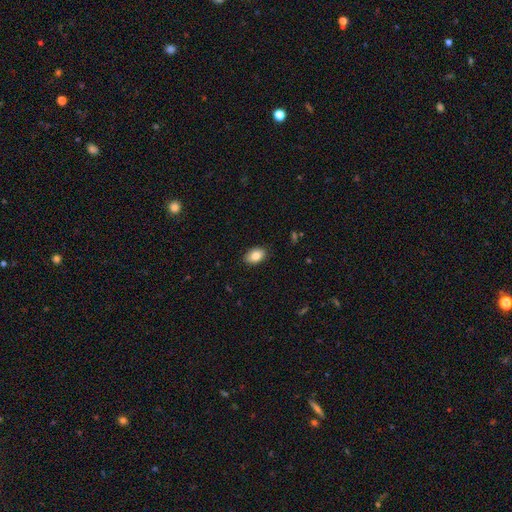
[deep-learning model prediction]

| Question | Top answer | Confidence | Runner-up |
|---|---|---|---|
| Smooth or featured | smooth | 85% | star or artifact (8%) |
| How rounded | in between | 88% | round (10%) |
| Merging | none | 87% | minor disturbance (10%) |